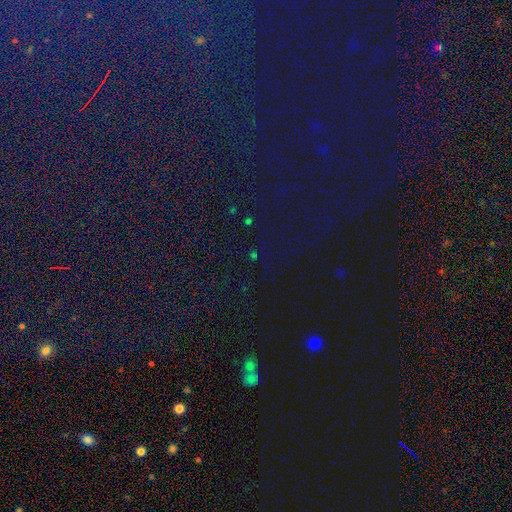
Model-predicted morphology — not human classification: Smooth or featured? Predicted: star or artifact (p=0.73).